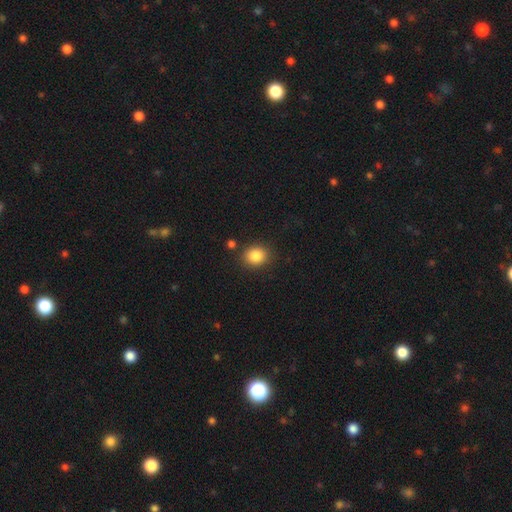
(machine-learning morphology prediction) Smooth or featured: smooth — 85% (star or artifact — 10%)
How rounded: round — 65% (in between — 34%)
Merging: none — 84% (minor disturbance — 9%)